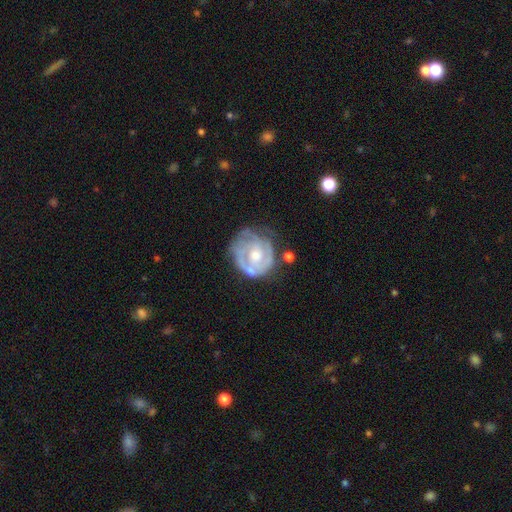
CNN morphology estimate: A featured or disk galaxy (77%) with no bar (74%), tight (66%) spiral arms (77%) and a moderate central bulge (58%).

Vote fractions:
- Smooth or featured? featured or disk: 77% / smooth: 17% / star or artifact: 6%
- Edge-on disk? no: 98% / yes: 2%
- Bar? no: 74% / weak: 21% / strong: 4%
- Spiral arms? yes: 77% / no: 23%
- Spiral winding? tight: 66% / medium: 25% / loose: 9%
- Spiral arm count? can't tell: 38% / 2: 31% / 3: 13% / 1: 12% / 4: 3% / more than 4: 3%
- Bulge size? moderate: 58% / small: 34% / large: 4% / none: 3% / dominant: 1%
- Merging? none: 56% / minor disturbance: 24% / major disturbance: 13% / merger: 7%